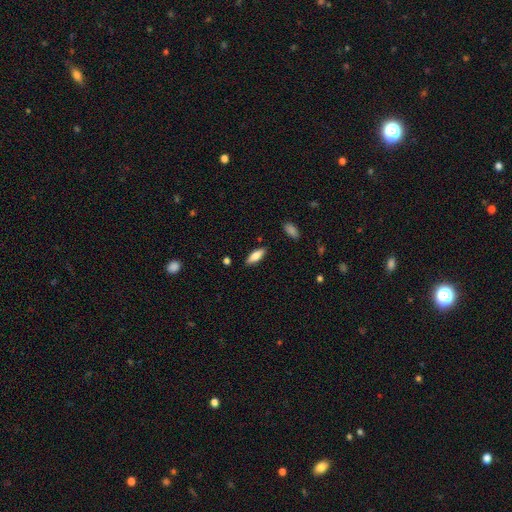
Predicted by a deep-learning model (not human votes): Smooth or featured: smooth — 80% (featured or disk — 14%)
How rounded: in between — 69% (cigar-shaped — 29%)
Merging: none — 86% (minor disturbance — 10%)